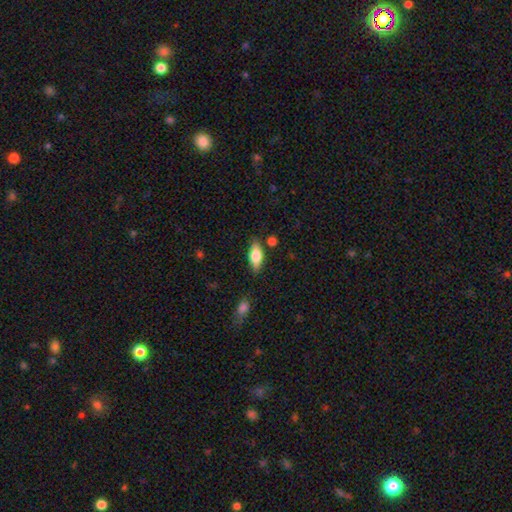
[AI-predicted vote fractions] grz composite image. It shows a smooth galaxy with no disk features (61%) that is in between round and cigar-shaped (75%). Merging: none (81%).